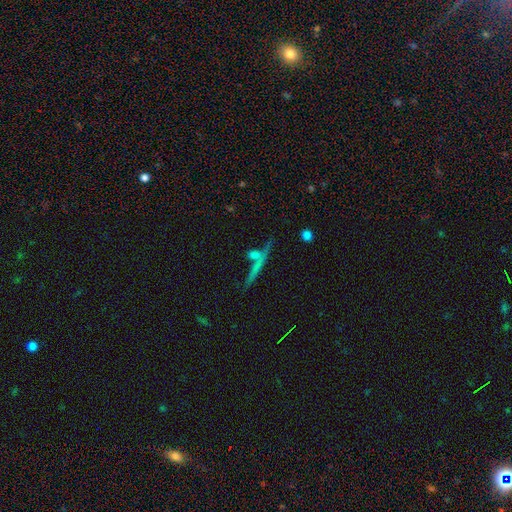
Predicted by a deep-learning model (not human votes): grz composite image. It shows a featured or disk galaxy (49%). Merging: none (61%).